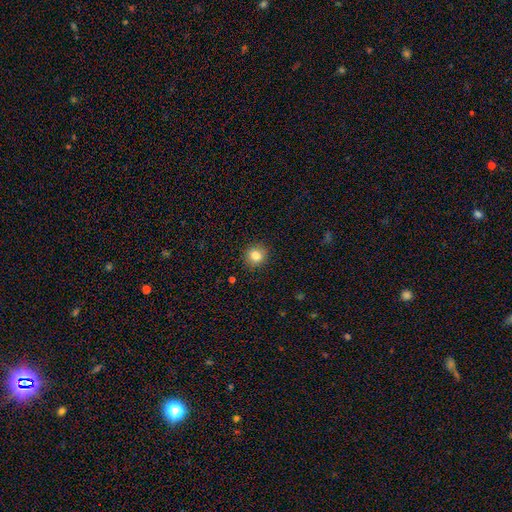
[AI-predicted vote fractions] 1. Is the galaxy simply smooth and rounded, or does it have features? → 82% smooth, 11% star or artifact, 8% featured or disk.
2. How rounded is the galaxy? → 89% round, 10% in between, 1% cigar-shaped.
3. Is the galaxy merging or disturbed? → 91% none, 6% minor disturbance, 2% major disturbance, 1% merger.